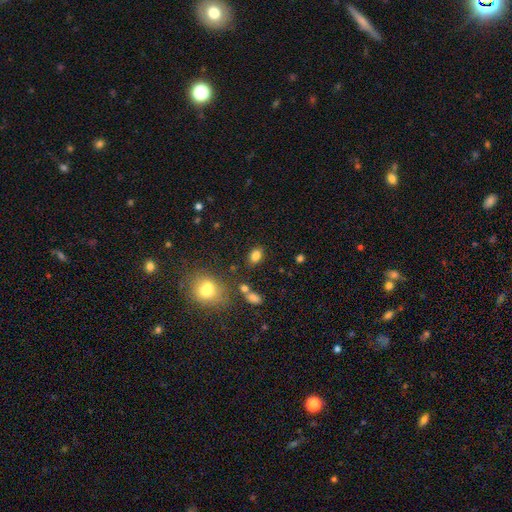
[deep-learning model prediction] This appears to be a smooth galaxy with no disk features (82%) that is in between round and cigar-shaped (75%). Merging: none (79%).